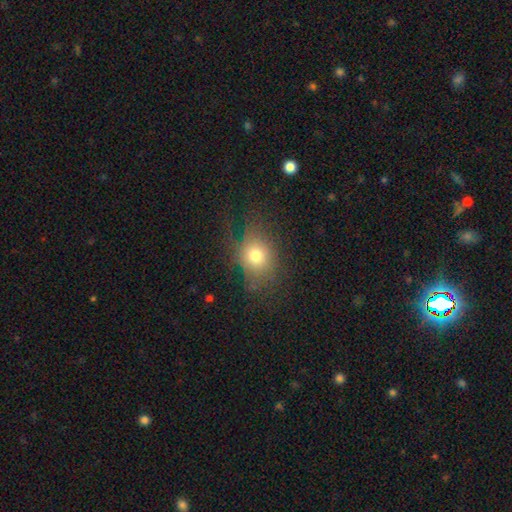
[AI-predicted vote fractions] A smooth galaxy with no disk features (69%) that is round (60%).

Vote fractions:
- Smooth or featured? smooth: 69% / star or artifact: 16% / featured or disk: 15%
- How rounded? round: 60% / in between: 38% / cigar-shaped: 1%
- Merging? none: 61% / minor disturbance: 20% / major disturbance: 17% / merger: 2%